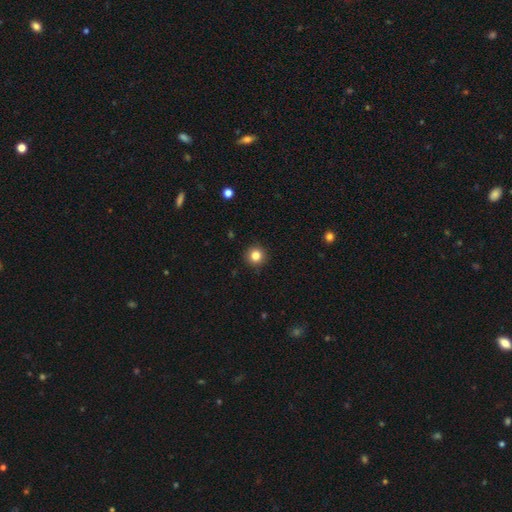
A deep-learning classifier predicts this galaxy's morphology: Smooth or featured? smooth (83%)
How rounded? round (95%)
Merging? none (92%)